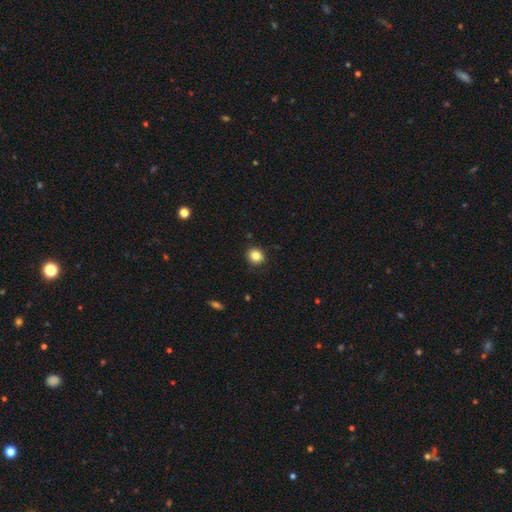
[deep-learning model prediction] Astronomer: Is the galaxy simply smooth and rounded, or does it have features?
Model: smooth — 84%.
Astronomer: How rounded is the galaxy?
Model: round — 84%.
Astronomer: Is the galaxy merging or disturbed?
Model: none — 88%.